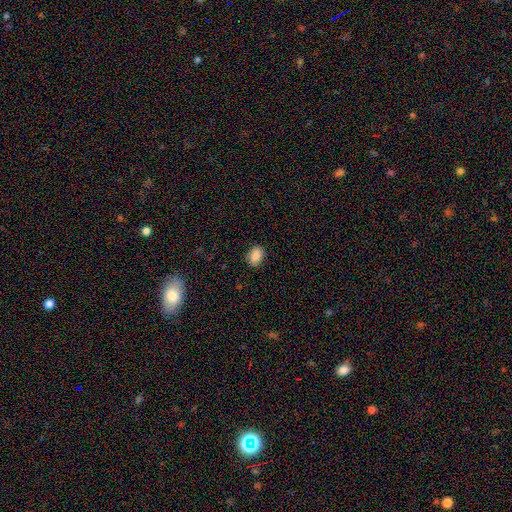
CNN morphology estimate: smooth 88%, star or artifact 8%, featured or disk 4%. Down the decision tree: how rounded — in between (80%); merging — none (86%).